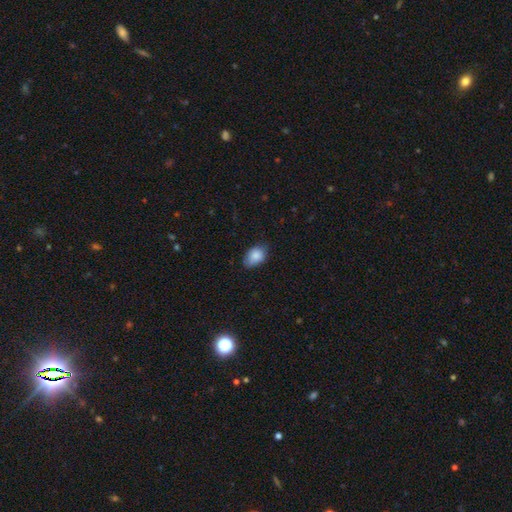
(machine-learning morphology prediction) smooth-or-featured: smooth: 85% | star or artifact: 7% | featured or disk: 7%
  how-rounded: in between: 81% | round: 18% | cigar-shaped: 1%
  merging: none: 66% | minor disturbance: 29% | major disturbance: 4% | merger: 1%